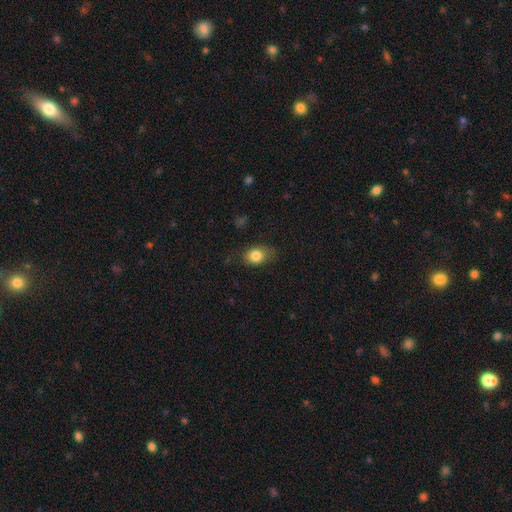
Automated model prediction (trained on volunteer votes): Q: Smooth or featured?
A: smooth (82%); runner-up: star or artifact (9%)
Q: How rounded?
A: in between (70%); runner-up: round (28%)
Q: Merging?
A: none (71%); runner-up: minor disturbance (22%)